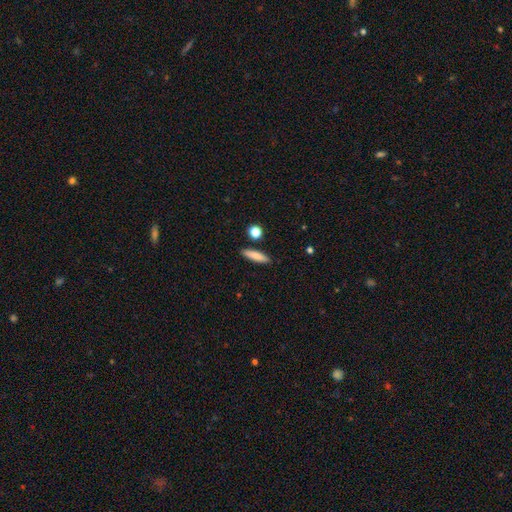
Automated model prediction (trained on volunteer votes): A smooth galaxy with no disk features (81%) that is cigar-shaped (75%). Merging: none (87%).